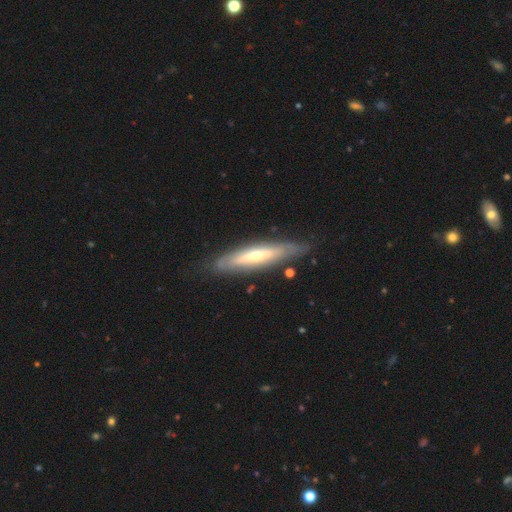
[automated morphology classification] A featured or disk galaxy (64%) viewed edge-on (75%). Merging: none (82%).